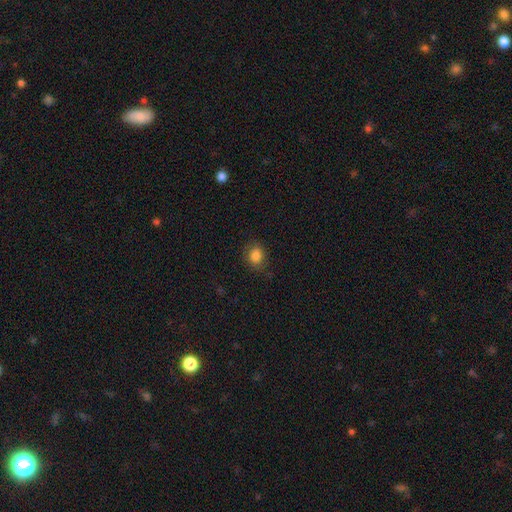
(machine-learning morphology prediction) This is clearly a smooth galaxy (84%). How rounded: possibly round (58%). Merging: clearly none (81%).